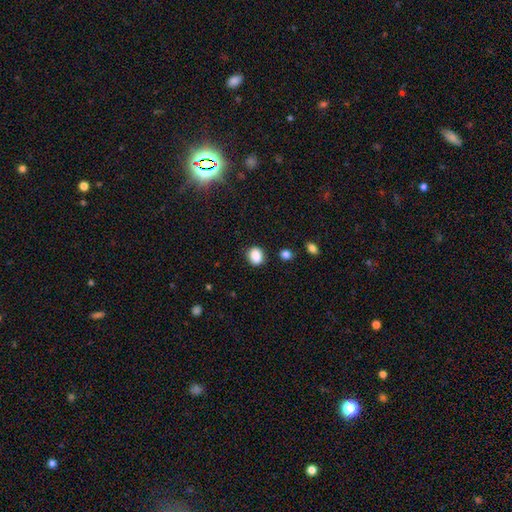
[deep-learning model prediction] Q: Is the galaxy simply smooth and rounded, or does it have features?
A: smooth — 86%.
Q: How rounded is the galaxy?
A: round — 61%.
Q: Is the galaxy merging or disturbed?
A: none — 83%.